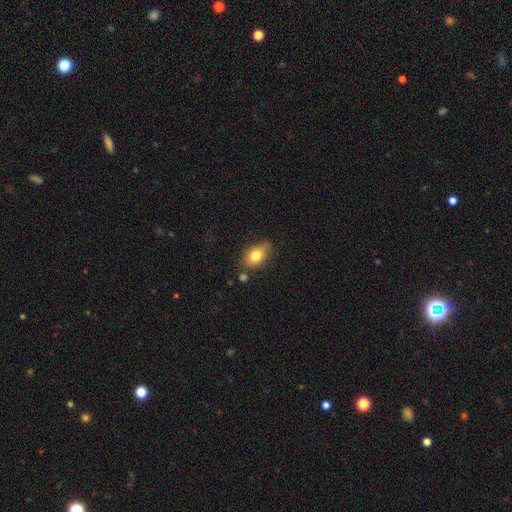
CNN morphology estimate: Q: Smooth or featured?
A: smooth (77%); runner-up: featured or disk (14%)
Q: How rounded?
A: in between (79%); runner-up: round (18%)
Q: Merging?
A: none (64%); runner-up: minor disturbance (23%)